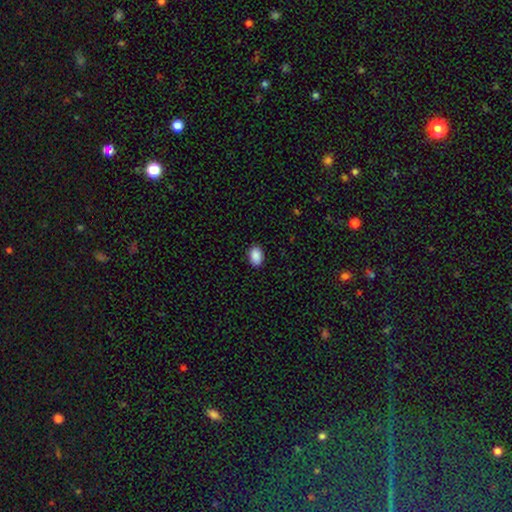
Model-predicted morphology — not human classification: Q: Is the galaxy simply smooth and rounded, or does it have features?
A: smooth — 90%.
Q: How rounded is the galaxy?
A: in between — 86%.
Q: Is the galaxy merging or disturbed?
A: none — 89%.